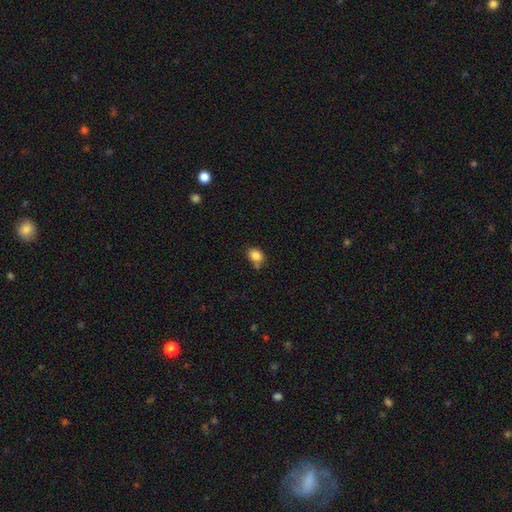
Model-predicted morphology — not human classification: Smooth or featured: smooth — 85% (star or artifact — 10%)
How rounded: in between — 56% (round — 43%)
Merging: none — 58% (minor disturbance — 22%)